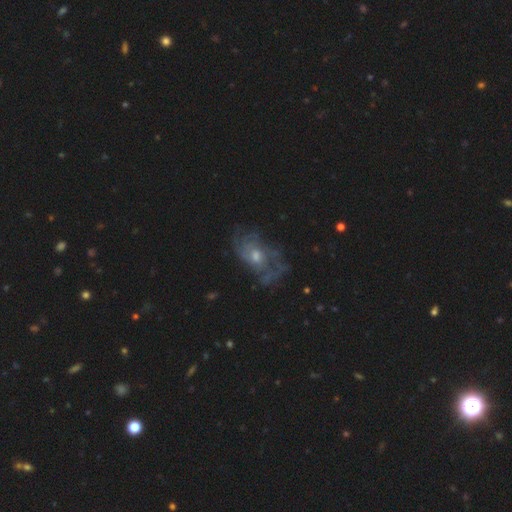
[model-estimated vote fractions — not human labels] Smooth or featured: featured or disk — 72% (smooth — 17%)
Edge-on disk: no — 95% (yes — 5%)
Bar: no — 74% (weak — 22%)
Spiral arms: yes — 75% (no — 25%)
Spiral winding: medium — 39% (tight — 37%)
Spiral arm count: can't tell — 50% (2 — 19%)
Bulge size: moderate — 57% (small — 34%)
Merging: none — 56% (major disturbance — 21%)